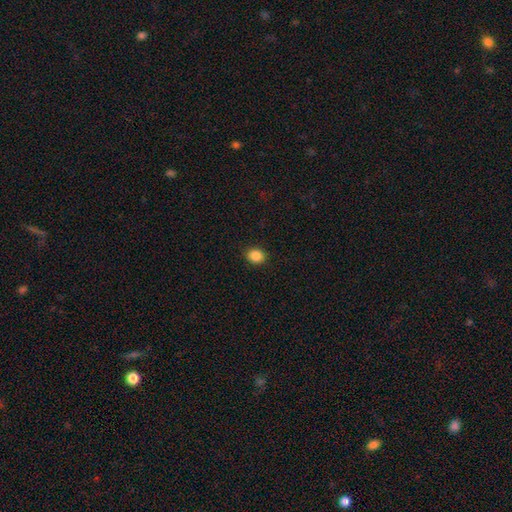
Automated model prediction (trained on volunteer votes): This is clearly a smooth galaxy (87%). How rounded: likely round (66%). Merging: clearly none (91%).